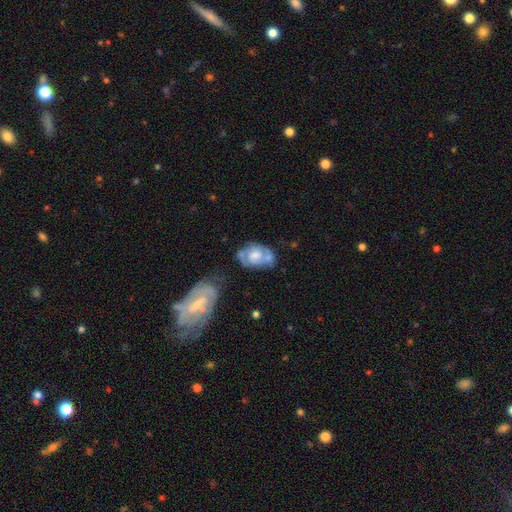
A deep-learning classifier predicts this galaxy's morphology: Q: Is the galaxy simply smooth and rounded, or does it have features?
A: featured or disk — 67%.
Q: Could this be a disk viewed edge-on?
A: no — 96%.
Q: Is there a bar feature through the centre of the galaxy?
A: no — 70%.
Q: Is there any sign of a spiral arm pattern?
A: yes — 75%.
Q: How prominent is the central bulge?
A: moderate — 44%.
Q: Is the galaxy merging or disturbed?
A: none — 46%.